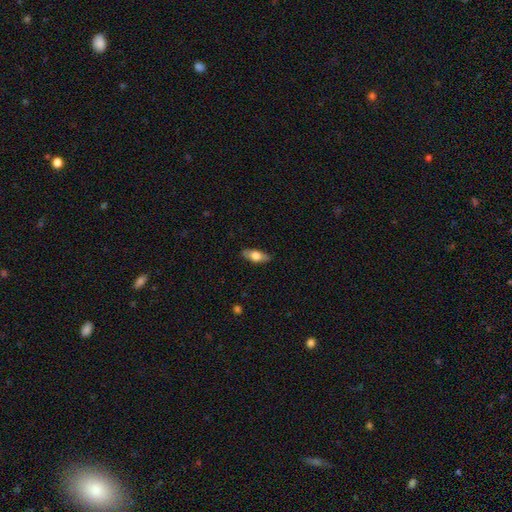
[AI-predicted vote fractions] The model was most divided on "smooth or featured": smooth: 64%, featured or disk: 30%, star or artifact: 6%. More confident: merging — none (84%); how rounded — in between (77%).